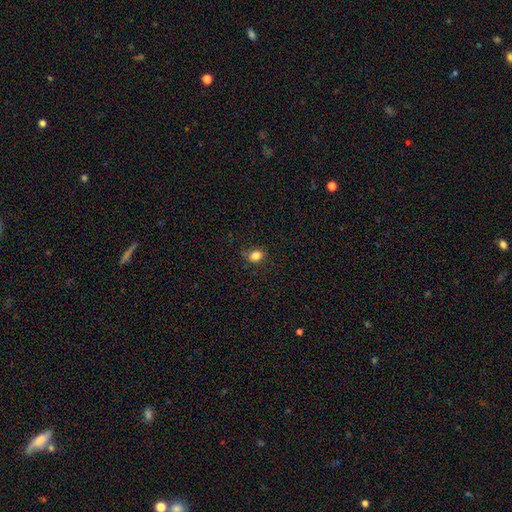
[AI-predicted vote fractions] Smooth or featured? smooth (83%)
How rounded? in between (59%)
Merging? none (77%)